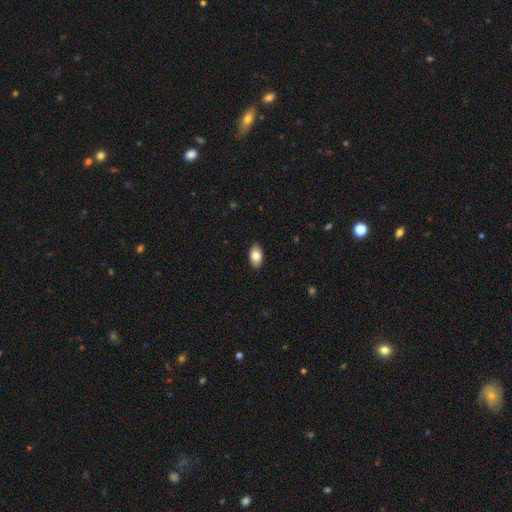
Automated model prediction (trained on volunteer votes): The model was most divided on "smooth or featured": smooth: 80%, featured or disk: 13%, star or artifact: 7%. More confident: how rounded — in between (93%); merging — none (89%).